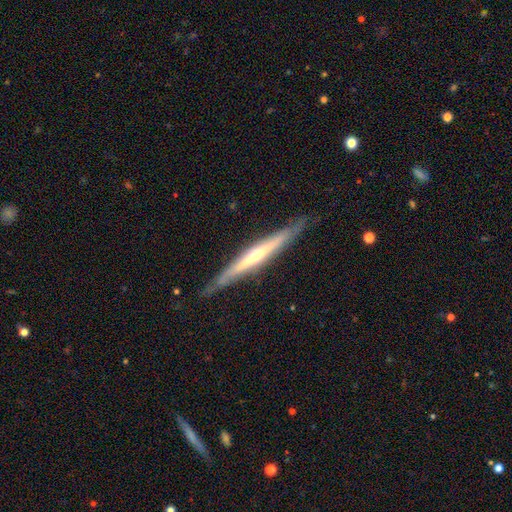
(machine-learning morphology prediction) featured or disk 77%, smooth 18%, star or artifact 6%. Down the decision tree: edge-on disk — yes (96%); edge-on bulge — rounded (69%); merging — none (87%).